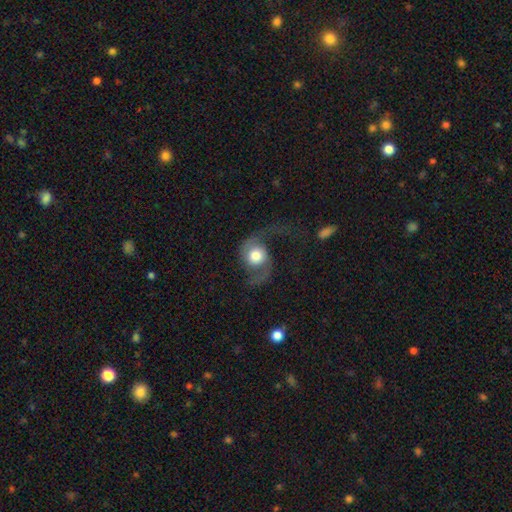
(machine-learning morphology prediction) The model was most divided on "merging" (2-way tie): none: 40%, major disturbance: 40%, minor disturbance: 17%, merger: 3%. Remaining: edge-on disk — no (97%); spiral arms — yes (91%); spiral arm count — 2 (81%); bar — no (73%); spiral winding — loose (72%); smooth or featured — featured or disk (67%); bulge size — moderate (44%).